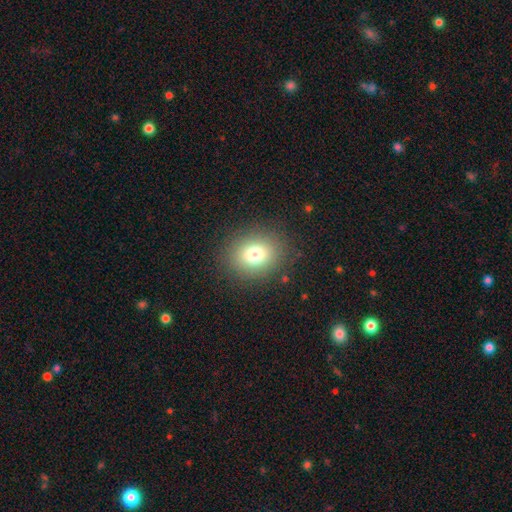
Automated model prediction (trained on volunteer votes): Smooth or featured: smooth — 77% (star or artifact — 12%)
How rounded: round — 63% (in between — 36%)
Merging: none — 87% (minor disturbance — 8%)